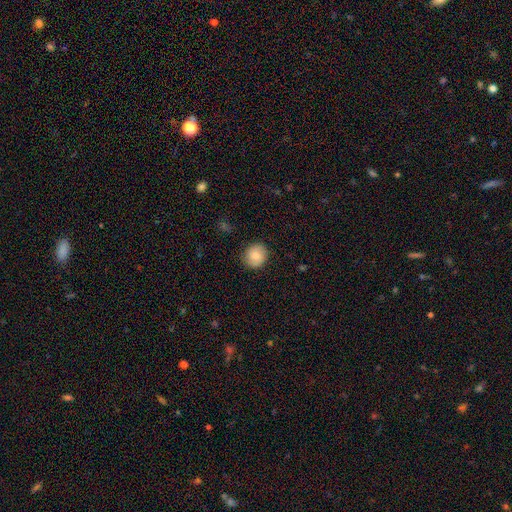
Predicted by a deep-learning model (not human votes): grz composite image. It shows a smooth galaxy with no disk features (80%) that is round (83%). Merging: none (87%).